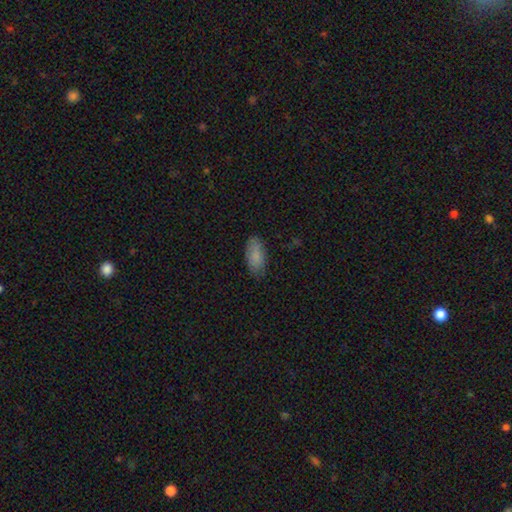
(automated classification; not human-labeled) Q: Smooth or featured?
A: smooth (84%); runner-up: featured or disk (9%)
Q: How rounded?
A: in between (91%); runner-up: cigar-shaped (7%)
Q: Merging?
A: none (81%); runner-up: minor disturbance (15%)